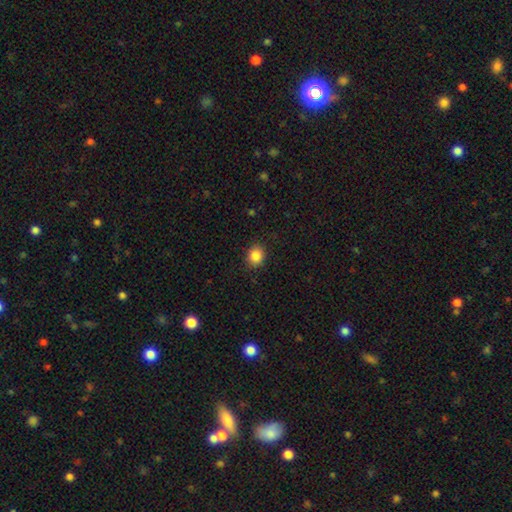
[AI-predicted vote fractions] This appears to be a smooth galaxy with no disk features (86%) that is round (75%). Merging: none (87%).